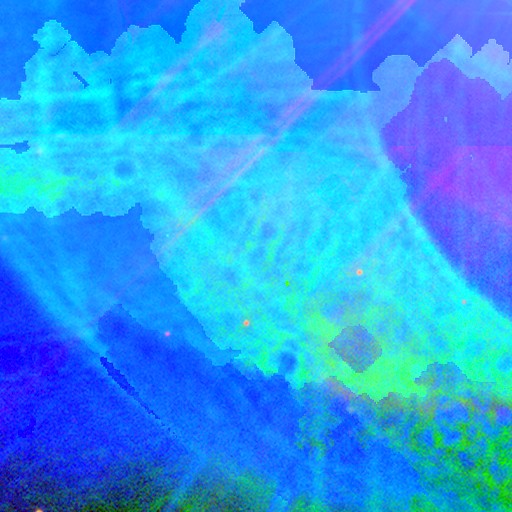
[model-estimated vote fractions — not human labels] Smooth or featured: star or artifact — 82% (featured or disk — 10%)